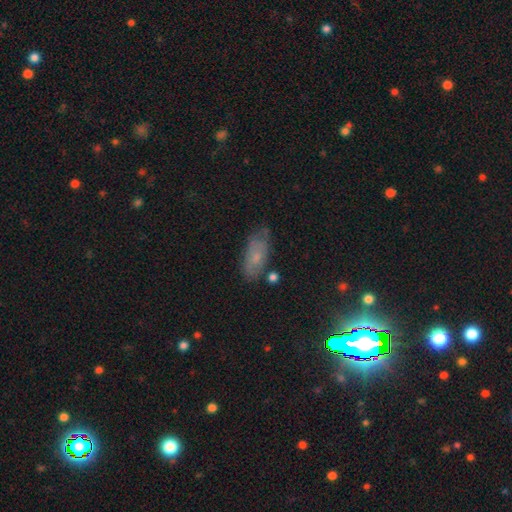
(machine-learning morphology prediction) Smooth or featured? smooth (61%)
How rounded? in between (83%)
Merging? none (67%)